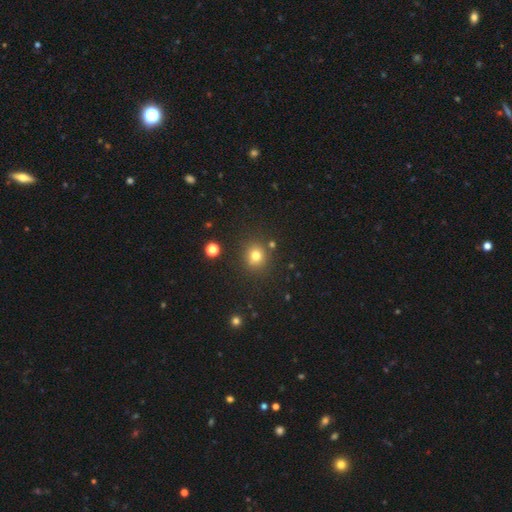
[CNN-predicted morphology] The model was most divided on "smooth or featured": smooth: 77%, star or artifact: 16%, featured or disk: 7%. More confident: how rounded — round (87%); merging — none (83%).